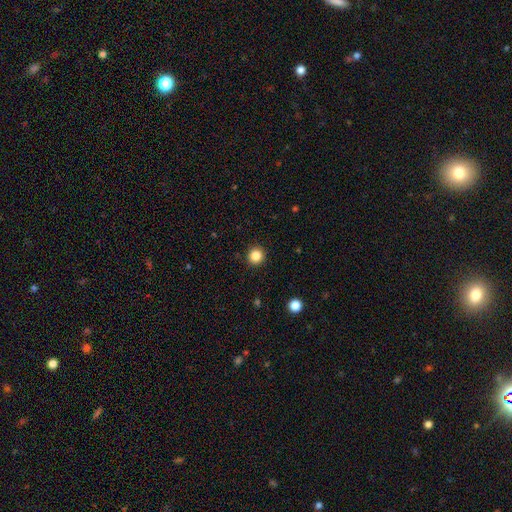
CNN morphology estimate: This is clearly a smooth galaxy (85%). How rounded: clearly round (94%). Merging: clearly none (93%).